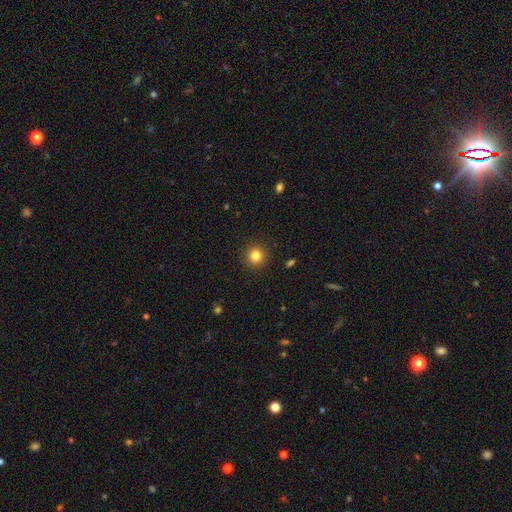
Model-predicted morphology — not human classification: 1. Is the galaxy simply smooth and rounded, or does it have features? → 82% smooth, 12% star or artifact, 6% featured or disk.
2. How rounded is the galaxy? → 94% round, 5% in between, 1% cigar-shaped.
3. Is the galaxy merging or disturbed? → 92% none, 5% minor disturbance, 2% major disturbance, 1% merger.